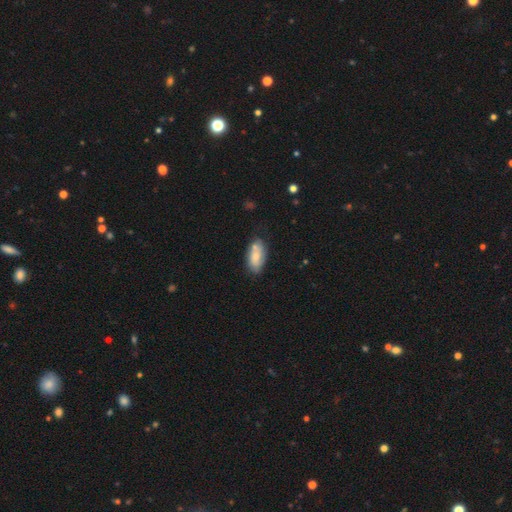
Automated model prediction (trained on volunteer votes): This is likely a smooth galaxy (71%). How rounded: clearly in between (91%). Merging: likely none (65%).